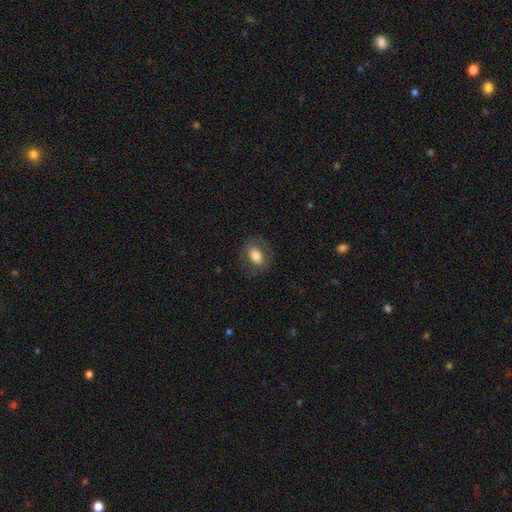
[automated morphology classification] smooth 73%, featured or disk 19%, star or artifact 8%. Down the decision tree: how rounded — in between (71%); merging — none (74%).